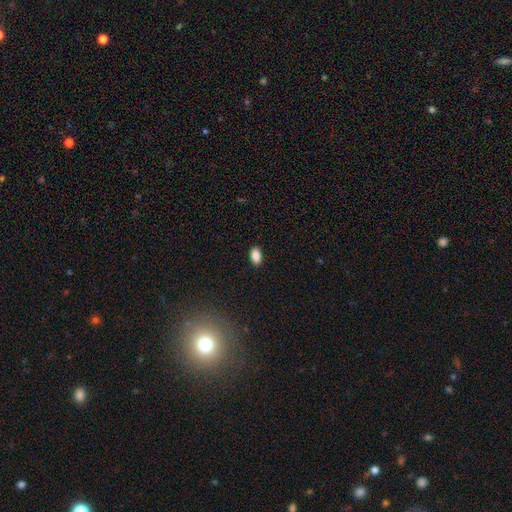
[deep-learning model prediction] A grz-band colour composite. It shows a smooth galaxy with no disk features (88%) that is in between round and cigar-shaped (91%). Merging: none (88%).